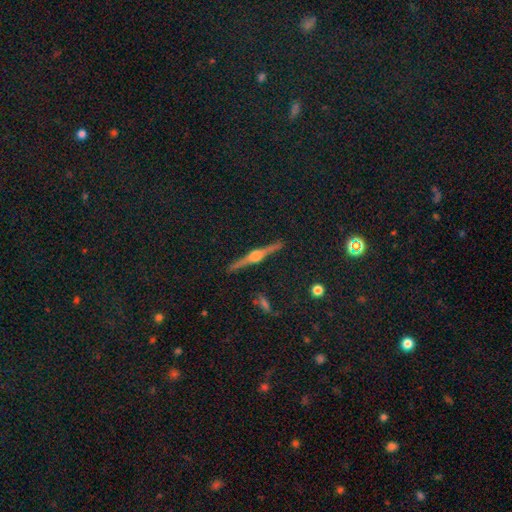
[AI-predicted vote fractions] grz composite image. It shows a featured or disk galaxy (85%) viewed edge-on (98%) with a rounded central bulge (92%). Merging: none (92%).